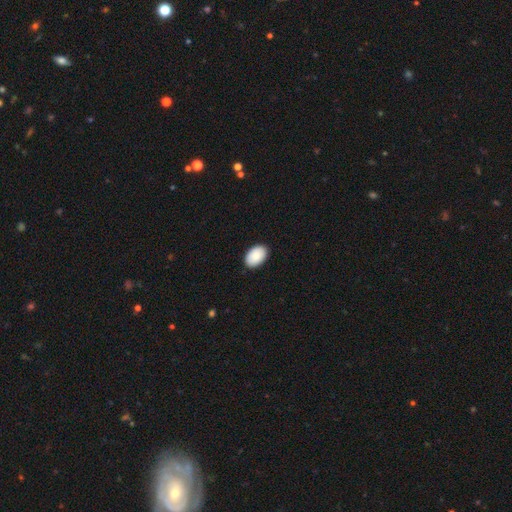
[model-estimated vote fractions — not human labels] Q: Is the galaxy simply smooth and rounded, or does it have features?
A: smooth — 89%.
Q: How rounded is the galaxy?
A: in between — 91%.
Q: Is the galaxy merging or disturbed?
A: none — 89%.